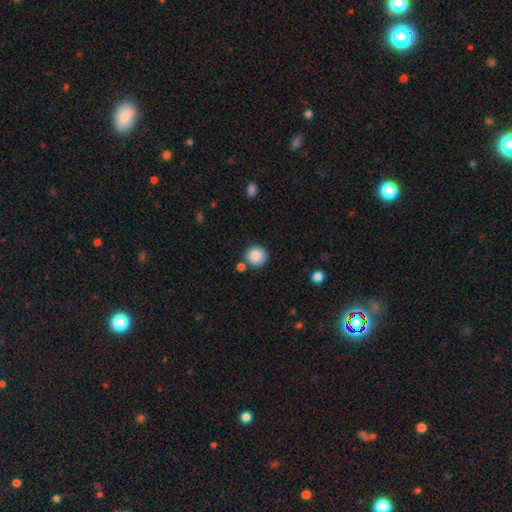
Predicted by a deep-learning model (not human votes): Smooth or featured? Predicted: smooth (p=0.87). How rounded? Predicted: round (p=0.94). Merging? Predicted: none (p=0.81).